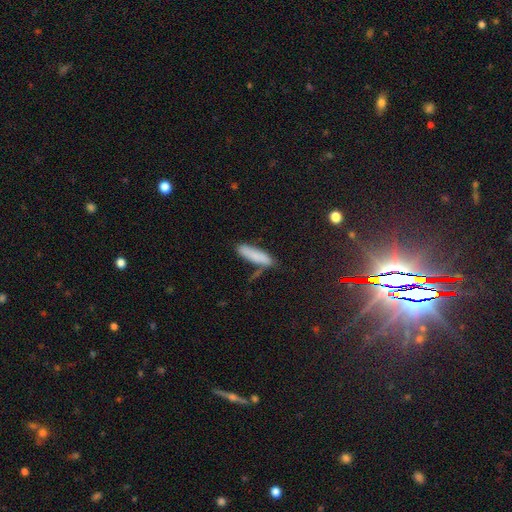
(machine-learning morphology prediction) smooth 82%, featured or disk 11%, star or artifact 7%. Down the decision tree: how rounded — cigar-shaped (70%); merging — none (68%).